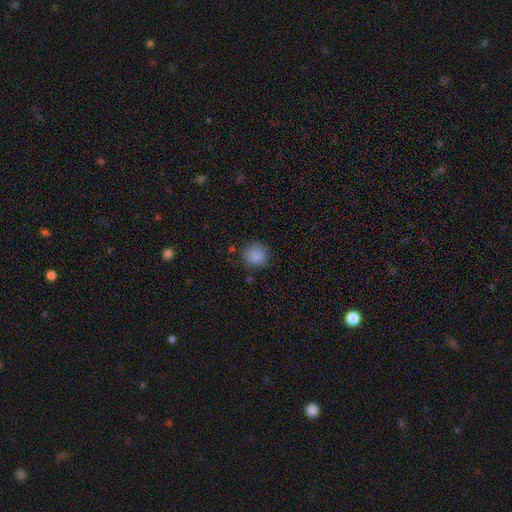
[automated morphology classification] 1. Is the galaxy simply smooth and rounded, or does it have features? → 87% smooth, 9% star or artifact, 4% featured or disk.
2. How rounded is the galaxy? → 90% round, 9% in between, 1% cigar-shaped.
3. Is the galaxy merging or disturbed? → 83% none, 11% minor disturbance, 3% major disturbance, 3% merger.